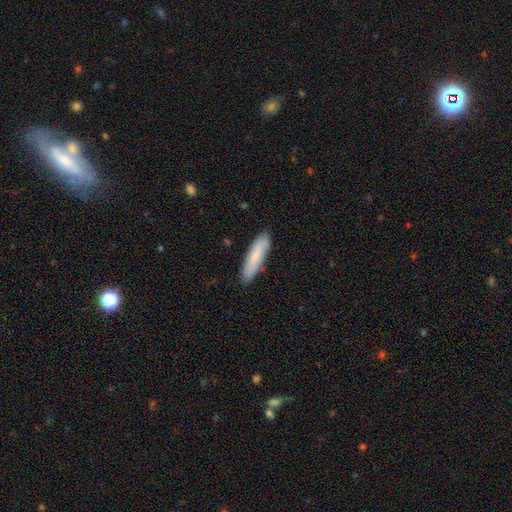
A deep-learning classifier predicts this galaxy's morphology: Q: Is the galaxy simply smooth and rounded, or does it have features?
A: smooth — 83%.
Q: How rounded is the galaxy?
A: cigar-shaped — 76%.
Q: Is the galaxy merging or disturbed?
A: none — 87%.